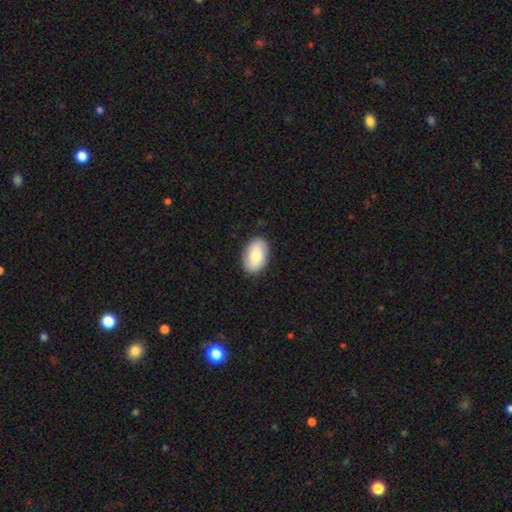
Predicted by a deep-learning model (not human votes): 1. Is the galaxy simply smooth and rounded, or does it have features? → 78% smooth, 16% featured or disk, 6% star or artifact.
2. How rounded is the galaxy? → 91% in between, 7% round, 1% cigar-shaped.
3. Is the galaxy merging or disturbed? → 87% none, 10% minor disturbance, 2% major disturbance, 1% merger.